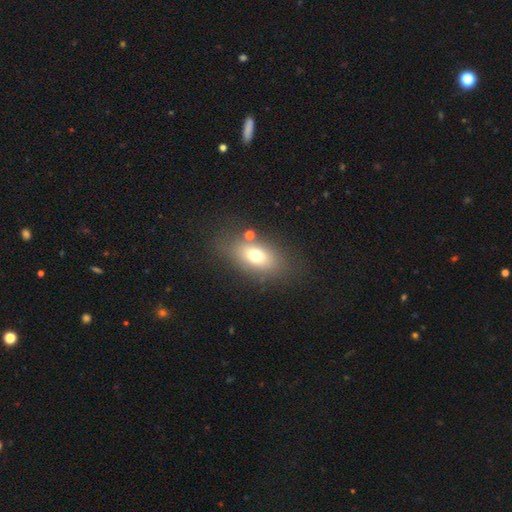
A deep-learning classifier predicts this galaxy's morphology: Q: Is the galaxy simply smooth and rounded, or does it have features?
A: smooth — 70%.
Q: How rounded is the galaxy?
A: in between — 82%.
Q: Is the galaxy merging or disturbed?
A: none — 72%.